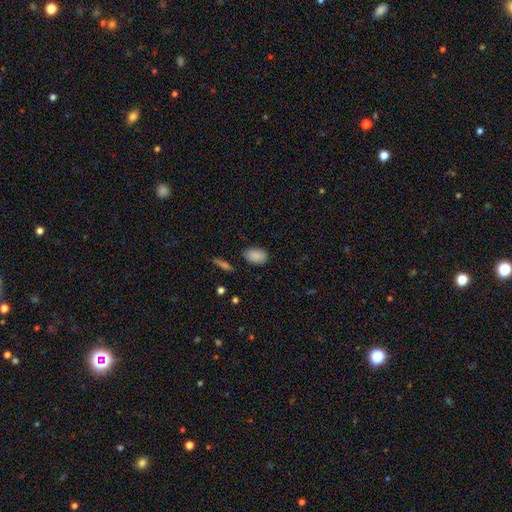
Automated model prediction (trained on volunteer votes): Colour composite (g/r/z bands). It shows a smooth galaxy with no disk features (87%) that is in between round and cigar-shaped (86%). Merging: none (80%).